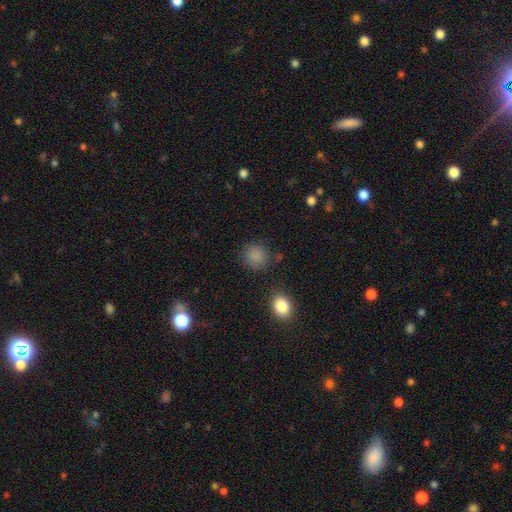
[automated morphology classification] This is clearly a smooth galaxy (86%). How rounded: clearly round (83%). Merging: clearly none (82%).